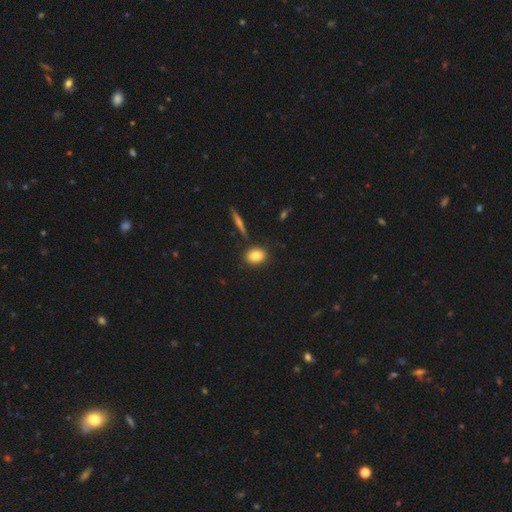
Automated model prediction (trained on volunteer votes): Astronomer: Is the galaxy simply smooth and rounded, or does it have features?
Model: smooth — 82%.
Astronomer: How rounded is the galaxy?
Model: in between — 52% (runner-up: round, 45%).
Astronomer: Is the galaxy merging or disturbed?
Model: none — 84%.